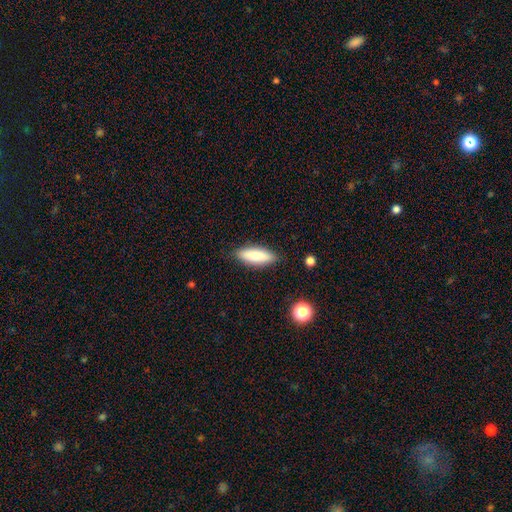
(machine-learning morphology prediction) smooth-or-featured: smooth: 84% | featured or disk: 10% | star or artifact: 6%
  how-rounded: in between: 54% | cigar-shaped: 44% | round: 2%
  merging: none: 86% | minor disturbance: 10% | major disturbance: 2% | merger: 1%